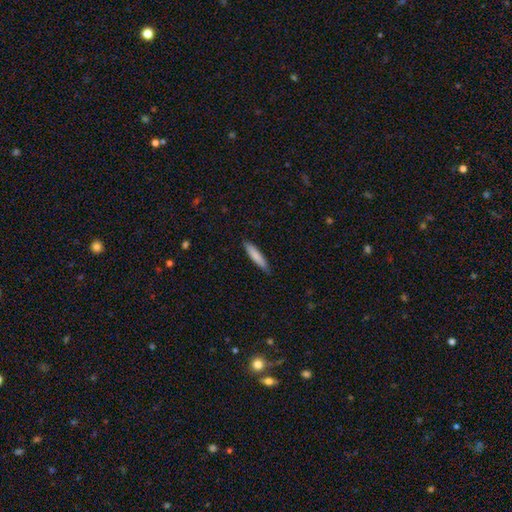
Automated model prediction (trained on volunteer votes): Smooth or featured? Predicted: smooth (p=0.81). How rounded? Predicted: cigar-shaped (p=0.85). Merging? Predicted: none (p=0.85).